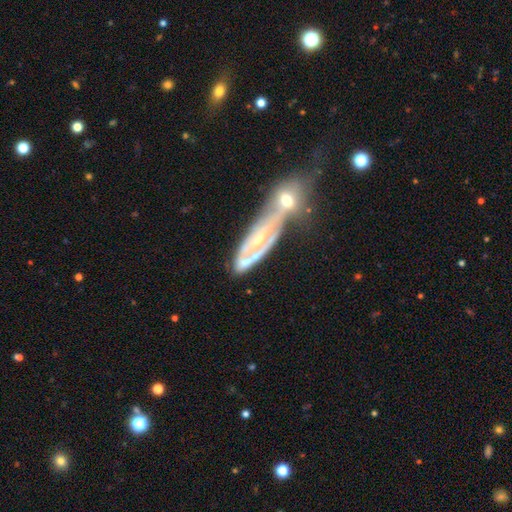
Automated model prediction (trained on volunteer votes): Smooth or featured: featured or disk — 67% (smooth — 26%)
Edge-on disk: no — 80% (yes — 20%)
Bar: no — 60% (weak — 26%)
Spiral arms: yes — 54% (no — 46%)
Bulge size: small — 49% (moderate — 37%)
Merging: merger — 50% (none — 24%)